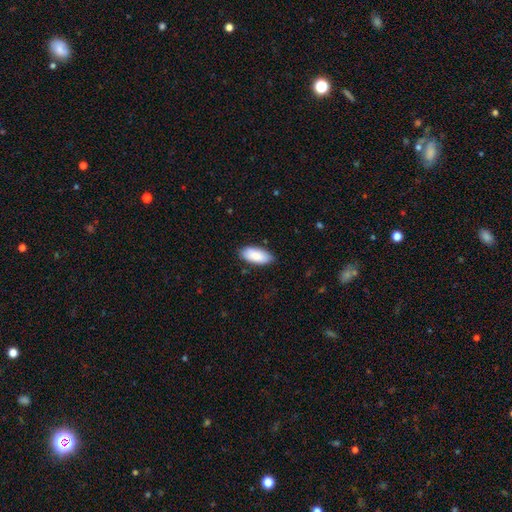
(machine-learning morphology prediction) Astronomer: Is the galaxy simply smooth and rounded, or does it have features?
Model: smooth — 87%.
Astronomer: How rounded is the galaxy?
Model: in between — 90%.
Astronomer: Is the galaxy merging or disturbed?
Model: none — 82%.